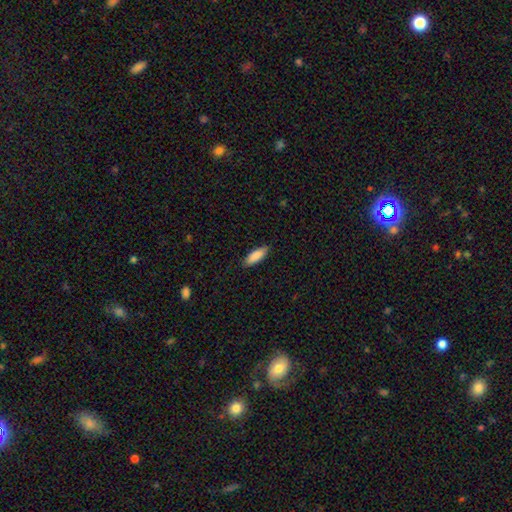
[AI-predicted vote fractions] smooth_or_featured: smooth (p=0.88) [alt: featured or disk p=0.06]
how_rounded: in between (p=0.63) [alt: cigar-shaped p=0.35]
merging: none (p=0.84) [alt: minor disturbance p=0.12]